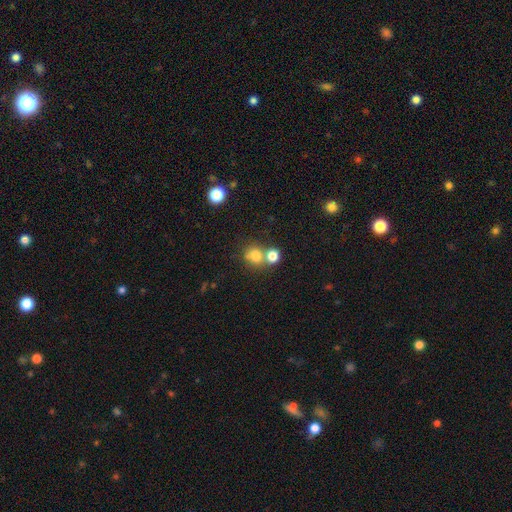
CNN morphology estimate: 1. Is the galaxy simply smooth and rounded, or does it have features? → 77% smooth, 14% star or artifact, 9% featured or disk.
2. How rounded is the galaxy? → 80% round, 19% in between, 1% cigar-shaped.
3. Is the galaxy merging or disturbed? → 49% none, 39% merger, 8% minor disturbance, 4% major disturbance.